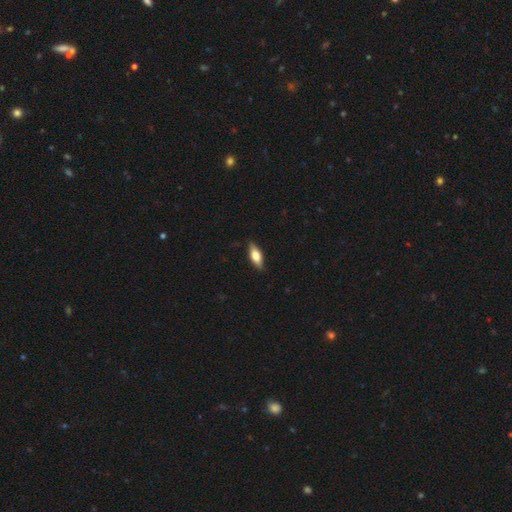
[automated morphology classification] This appears to be a smooth galaxy with no disk features (63%) that is in between round and cigar-shaped (71%). Merging: none (87%).